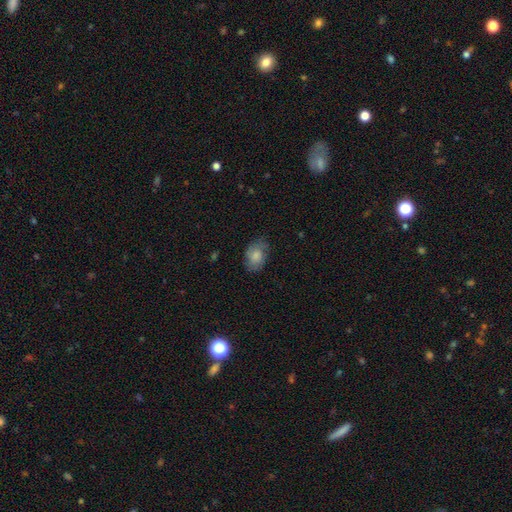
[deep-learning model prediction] smooth-or-featured: smooth: 76% | featured or disk: 17% | star or artifact: 7%
  how-rounded: in between: 82% | round: 16% | cigar-shaped: 1%
  merging: none: 69% | minor disturbance: 23% | major disturbance: 7% | merger: 1%